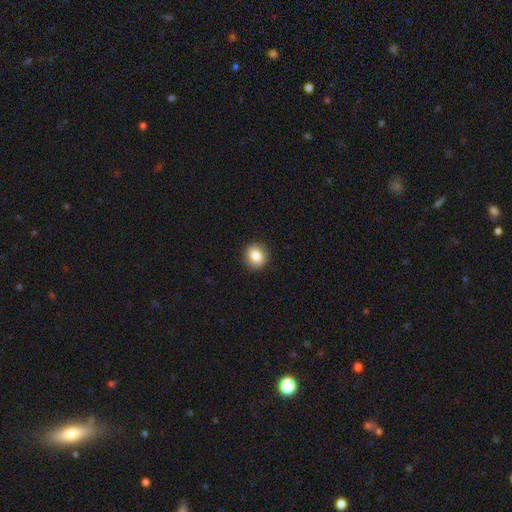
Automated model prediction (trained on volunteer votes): Smooth or featured? Predicted: smooth (p=0.84). How rounded? Predicted: round (p=0.70). Merging? Predicted: none (p=0.89).